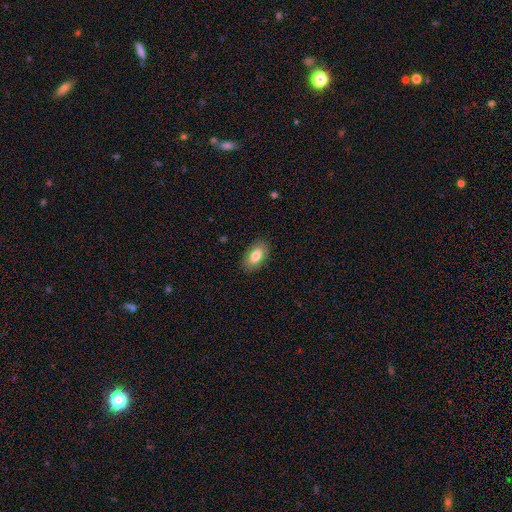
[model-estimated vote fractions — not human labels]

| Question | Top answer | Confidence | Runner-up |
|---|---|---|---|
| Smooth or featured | smooth | 81% | featured or disk (13%) |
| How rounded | in between | 92% | cigar-shaped (4%) |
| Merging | none | 88% | minor disturbance (9%) |